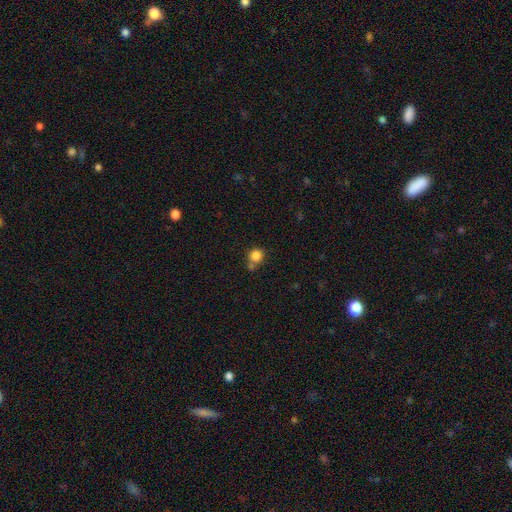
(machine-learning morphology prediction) smooth 83%, star or artifact 11%, featured or disk 6%. Down the decision tree: how rounded — round (88%); merging — none (60%).